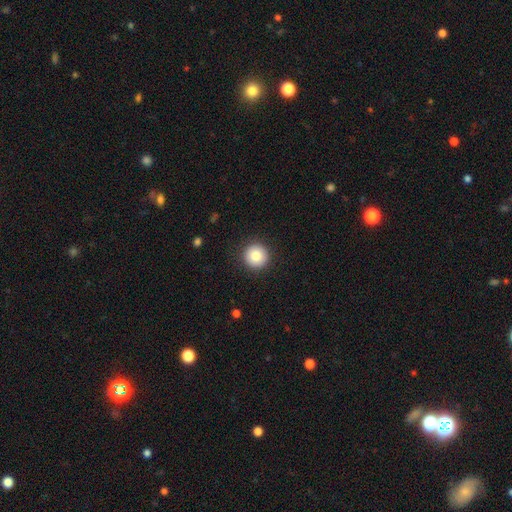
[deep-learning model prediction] smooth 82%, featured or disk 9%, star or artifact 9%. Down the decision tree: how rounded — round (96%); merging — none (91%).